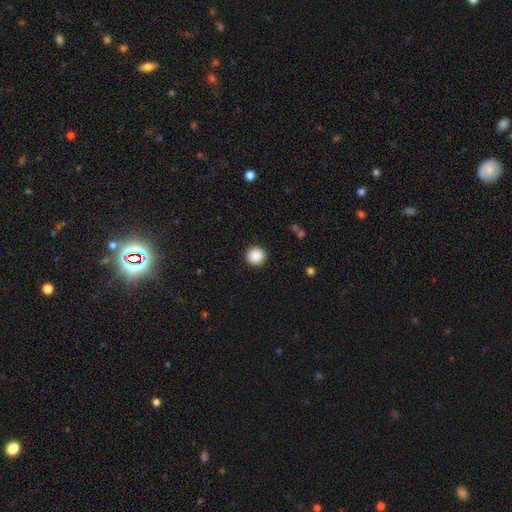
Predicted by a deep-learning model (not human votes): Smooth or featured?
  - smooth: 89% *
  - star or artifact: 9%
  - featured or disk: 3%
How rounded?
  - round: 96% *
  - in between: 3%
  - cigar-shaped: 1%
Merging?
  - none: 93% *
  - minor disturbance: 4%
  - major disturbance: 2%
  - merger: 1%